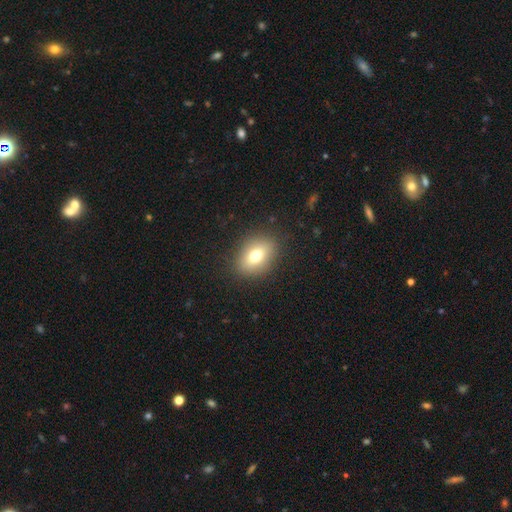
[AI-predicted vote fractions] The model was most divided on "how rounded": in between: 74%, round: 24%, cigar-shaped: 2%. More confident: merging — none (87%); smooth or featured — smooth (73%).